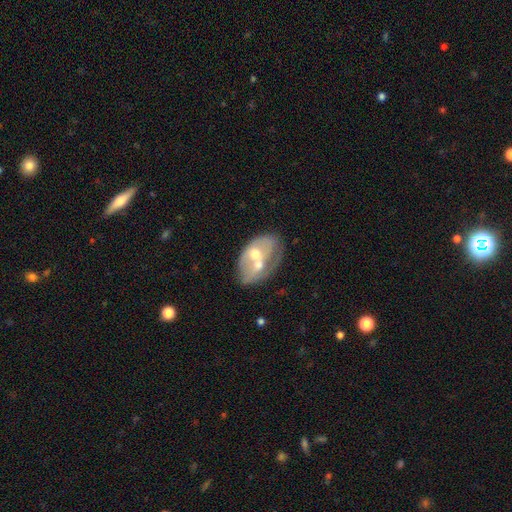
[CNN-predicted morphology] Overall: featured or disk (58%; smooth 36%). Edge-on disk: no (95%). Bar: no (80%). Spiral arms: no (75%). Bulge size: moderate (71%). Merging: merger (54%; none 22%).